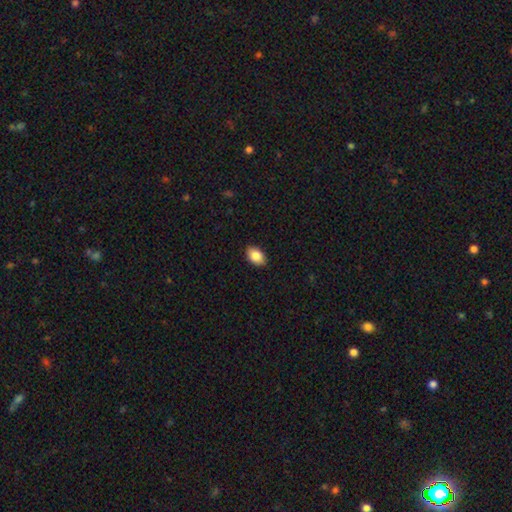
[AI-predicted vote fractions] Smooth or featured?
  - smooth: 86% *
  - star or artifact: 7%
  - featured or disk: 6%
How rounded?
  - in between: 86% *
  - round: 13%
  - cigar-shaped: 1%
Merging?
  - none: 89% *
  - minor disturbance: 8%
  - major disturbance: 2%
  - merger: 1%